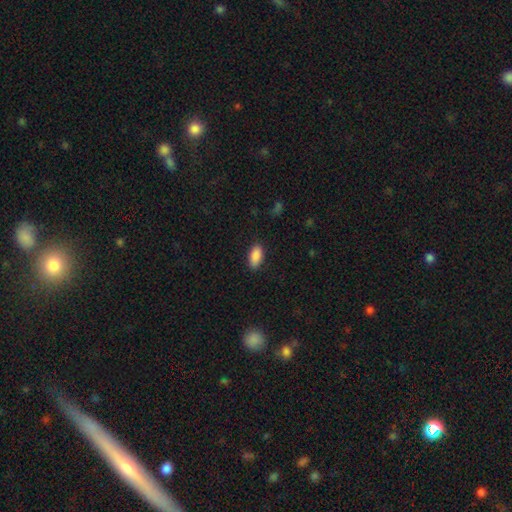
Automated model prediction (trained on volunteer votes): This appears to be a smooth galaxy with no disk features (89%) that is in between round and cigar-shaped (91%). Merging: none (87%).